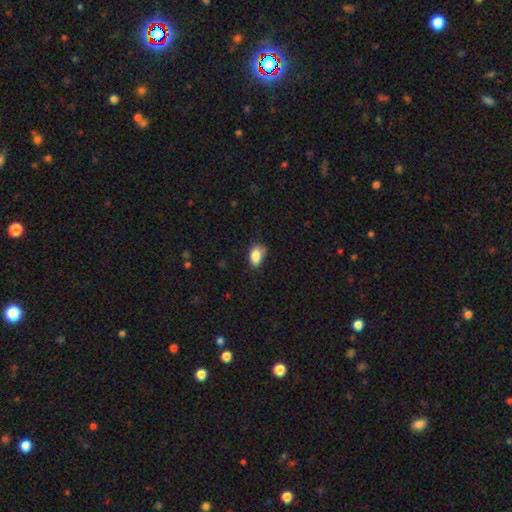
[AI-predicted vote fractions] Morphology: type=smooth (86%); roundness=in between (88%); merging=none (63%).